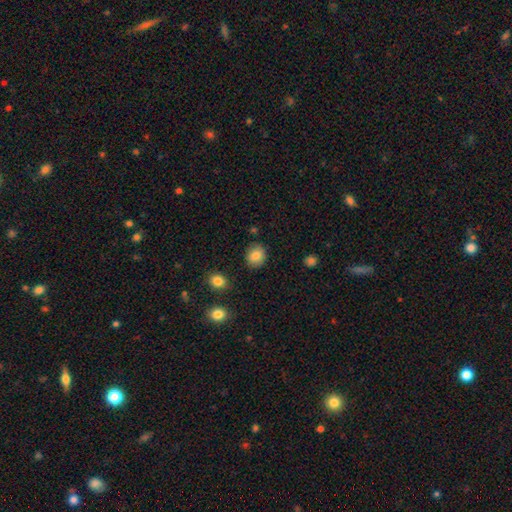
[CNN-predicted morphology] type=smooth (83%); roundness=round (71%); merging=none (87%).